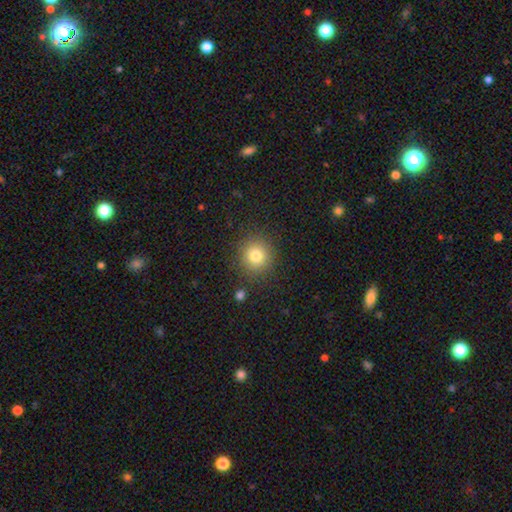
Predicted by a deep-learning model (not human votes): Smooth or featured? Predicted: smooth (p=0.80). How rounded? Predicted: round (p=0.91). Merging? Predicted: none (p=0.88).